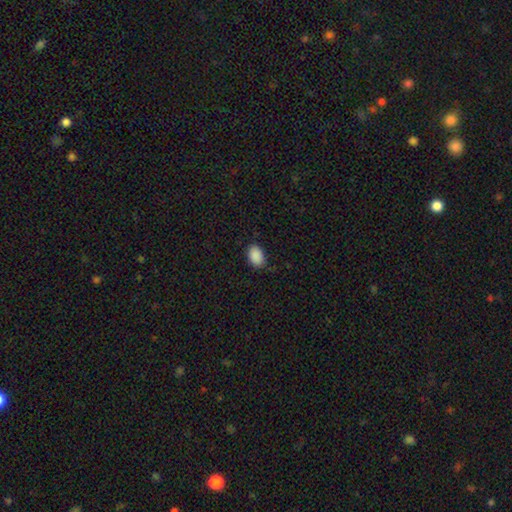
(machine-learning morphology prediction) smooth_or_featured: smooth (p=0.90) [alt: star or artifact p=0.08]
how_rounded: in between (p=0.83) [alt: round p=0.16]
merging: none (p=0.84) [alt: minor disturbance p=0.13]